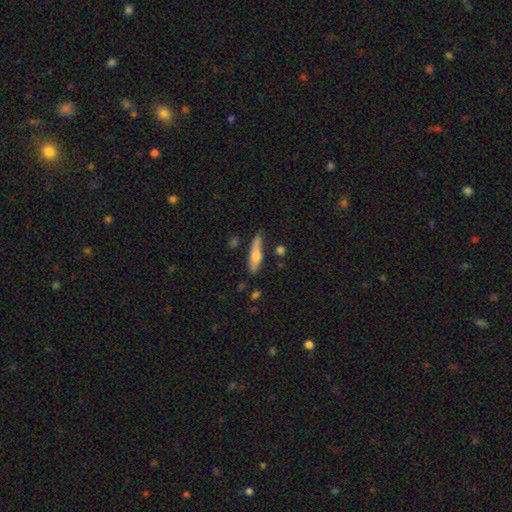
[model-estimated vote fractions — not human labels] The model was most divided on "smooth or featured": smooth: 59%, featured or disk: 35%, star or artifact: 6%. More confident: merging — none (74%); how rounded — cigar-shaped (71%).